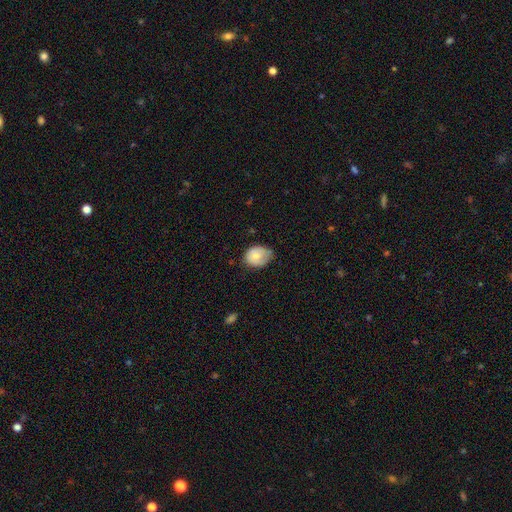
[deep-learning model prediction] smooth-or-featured: smooth: 77% | featured or disk: 16% | star or artifact: 7%
  how-rounded: in between: 58% | round: 42% | cigar-shaped: 1%
  merging: none: 54% | minor disturbance: 36% | major disturbance: 9% | merger: 1%